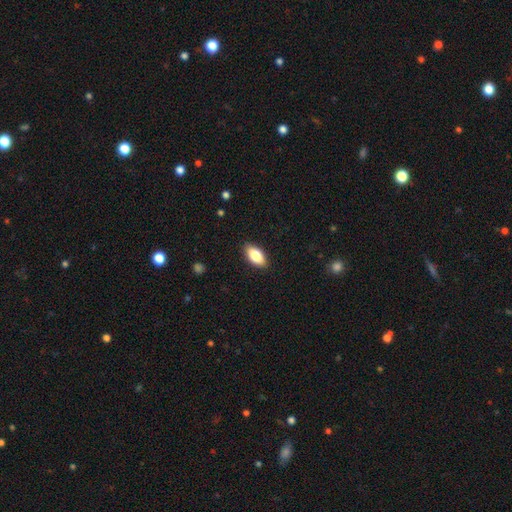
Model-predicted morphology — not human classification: smooth 82%, featured or disk 12%, star or artifact 7%. Down the decision tree: how rounded — in between (91%); merging — none (89%).